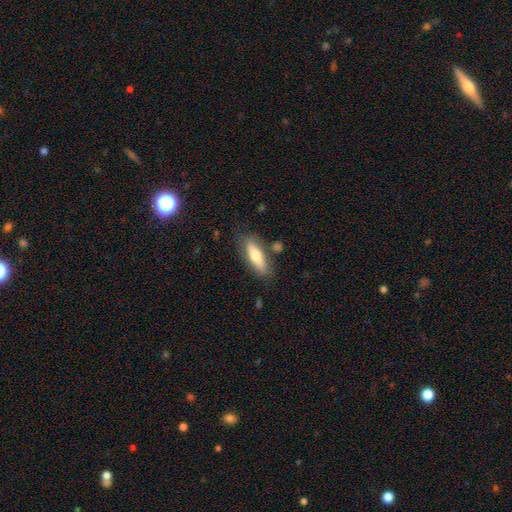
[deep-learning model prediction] smooth-or-featured: smooth: 65% | featured or disk: 29% | star or artifact: 6%
  how-rounded: in between: 50% | cigar-shaped: 48% | round: 2%
  merging: none: 75% | minor disturbance: 15% | merger: 6% | major disturbance: 4%